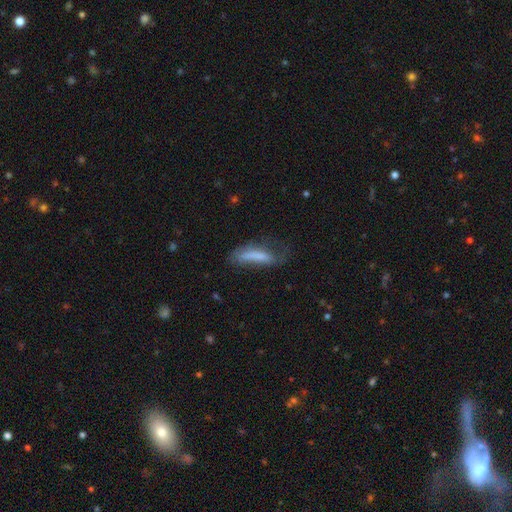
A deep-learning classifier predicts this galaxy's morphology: Q: Smooth or featured?
A: smooth (65%); runner-up: featured or disk (26%)
Q: How rounded?
A: cigar-shaped (65%); runner-up: in between (33%)
Q: Merging?
A: none (36%); runner-up: major disturbance (30%)